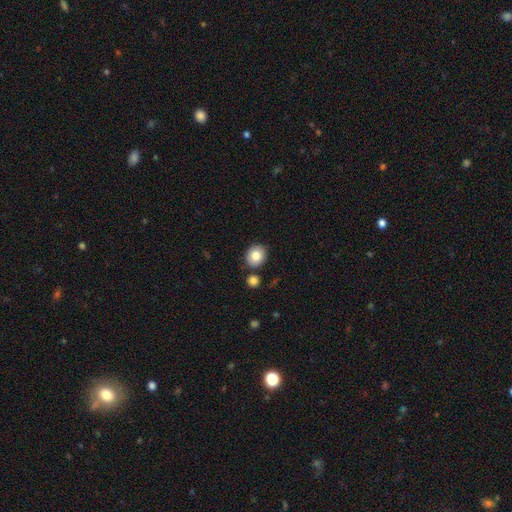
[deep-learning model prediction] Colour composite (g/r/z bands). It shows a smooth galaxy with no disk features (83%) that is round (71%). Merging: none (82%).